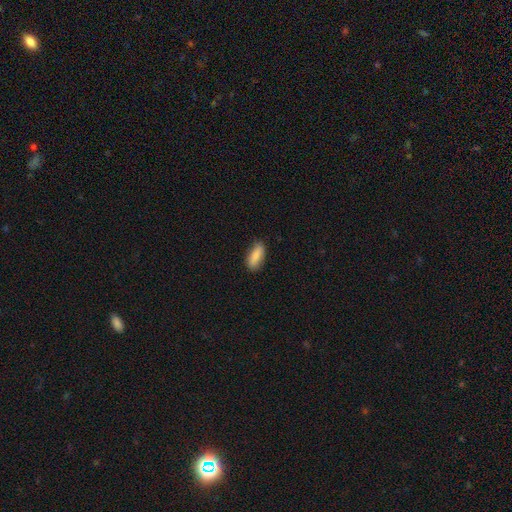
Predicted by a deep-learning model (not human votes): A smooth galaxy with no disk features (87%) that is in between round and cigar-shaped (78%). Merging: none (83%).